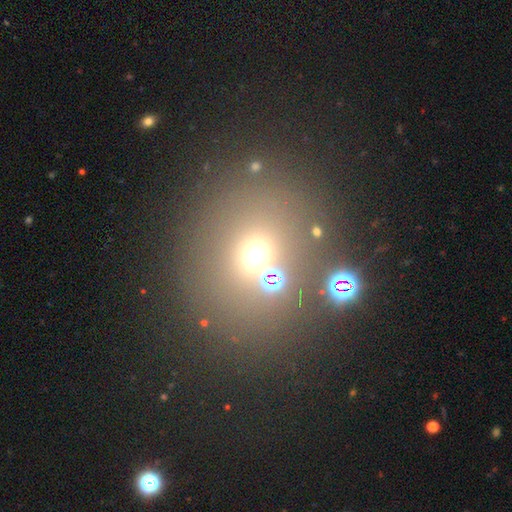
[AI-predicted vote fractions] This is possibly a smooth galaxy (58%). How rounded: likely round (77%). Merging: likely none (68%).